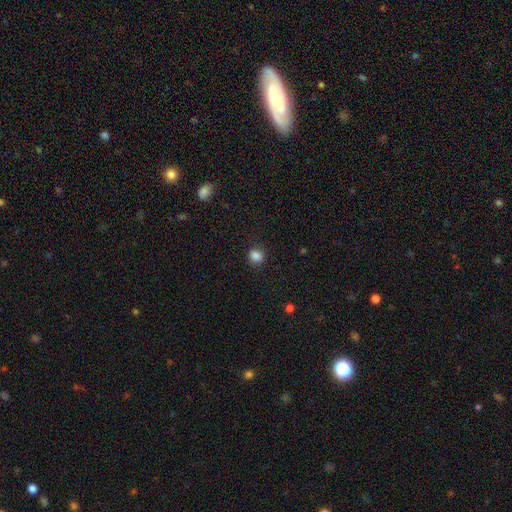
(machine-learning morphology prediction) A smooth galaxy with no disk features (85%) that is round (84%).

Vote fractions:
- Smooth or featured? smooth: 85% / star or artifact: 11% / featured or disk: 3%
- How rounded? round: 84% / in between: 15% / cigar-shaped: 1%
- Merging? none: 89% / minor disturbance: 7% / major disturbance: 2% / merger: 1%